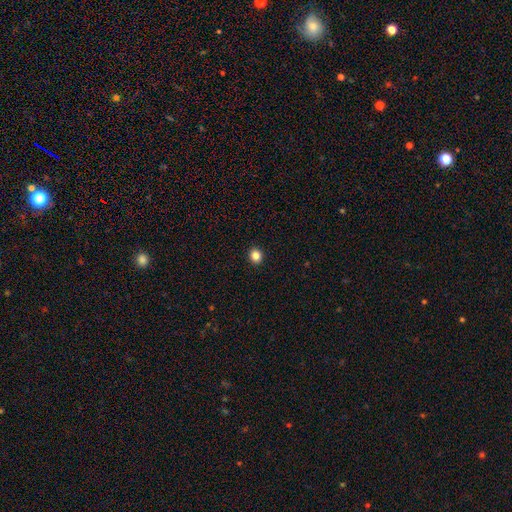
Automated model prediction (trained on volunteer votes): Smooth or featured? smooth (85%)
How rounded? round (78%)
Merging? none (93%)